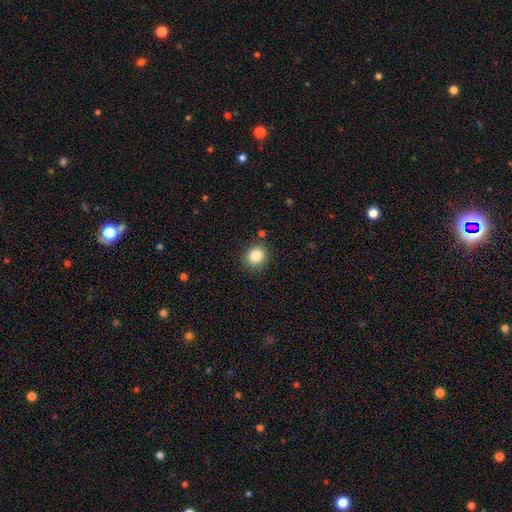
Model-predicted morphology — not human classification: smooth-or-featured: smooth: 84% | star or artifact: 11% | featured or disk: 5%
  how-rounded: round: 84% | in between: 15% | cigar-shaped: 1%
  merging: none: 86% | minor disturbance: 9% | merger: 3% | major disturbance: 3%